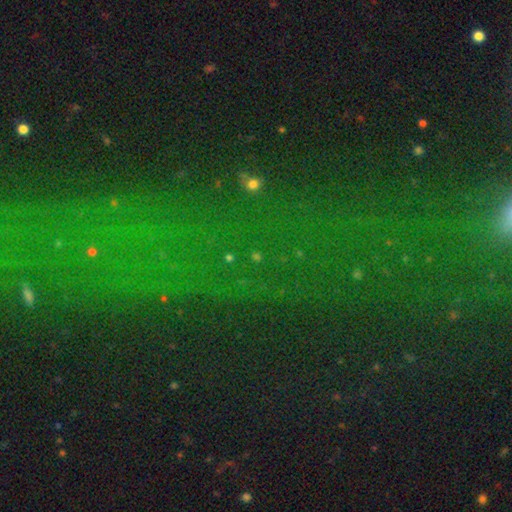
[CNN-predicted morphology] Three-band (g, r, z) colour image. It shows a star or artifact, not a galaxy (80%).